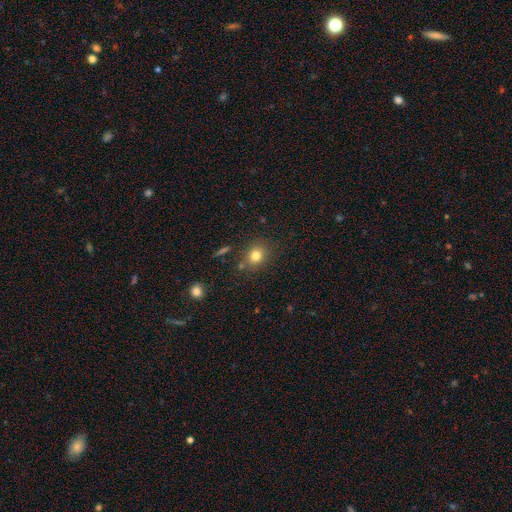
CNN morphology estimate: The model was most divided on "how rounded": round: 63%, in between: 36%, cigar-shaped: 1%. More confident: merging — none (80%); smooth or featured — smooth (79%).